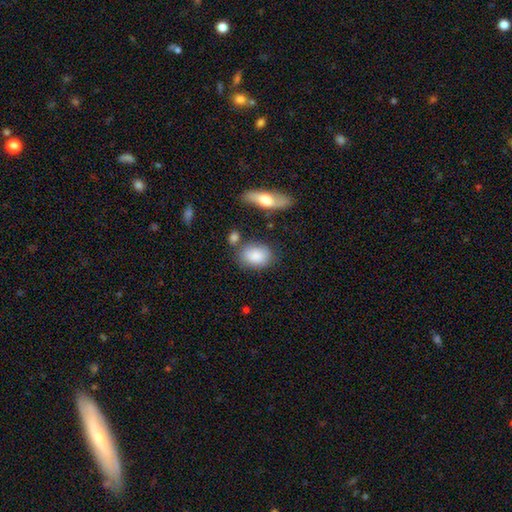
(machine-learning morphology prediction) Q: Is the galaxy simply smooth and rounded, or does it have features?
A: smooth — 84%.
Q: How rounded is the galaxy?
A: in between — 75%.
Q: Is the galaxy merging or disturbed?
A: none — 65%.